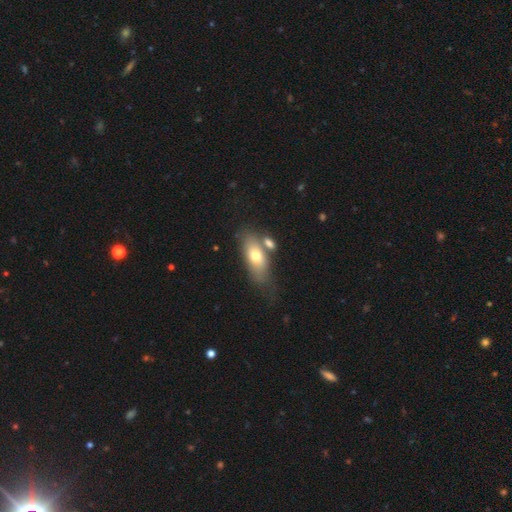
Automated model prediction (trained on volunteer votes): A smooth galaxy with no disk features (67%) that is in between round and cigar-shaped (82%).

Vote fractions:
- Smooth or featured? smooth: 67% / featured or disk: 26% / star or artifact: 7%
- How rounded? in between: 82% / cigar-shaped: 13% / round: 5%
- Merging? none: 47% / merger: 27% / minor disturbance: 18% / major disturbance: 8%